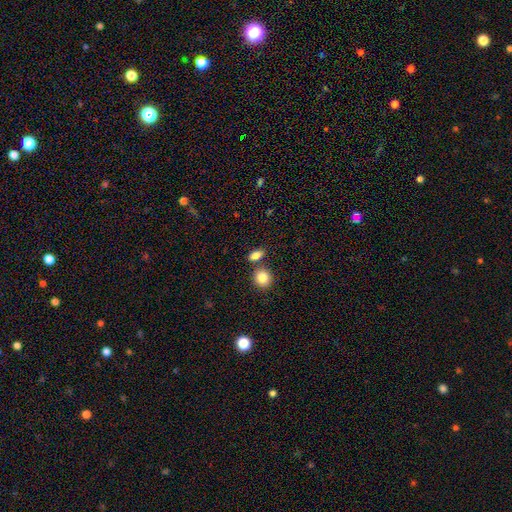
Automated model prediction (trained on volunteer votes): smooth_or_featured: smooth (p=0.84) [alt: star or artifact p=0.09]
how_rounded: in between (p=0.74) [alt: round p=0.22]
merging: none (p=0.67) [alt: merger p=0.19]